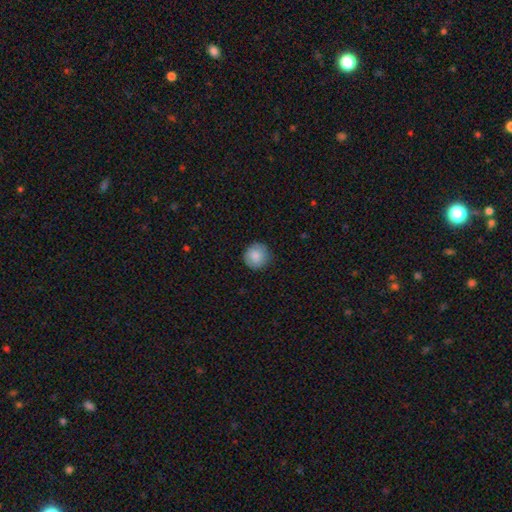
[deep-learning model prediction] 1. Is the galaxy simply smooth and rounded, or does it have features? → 85% smooth, 8% featured or disk, 7% star or artifact.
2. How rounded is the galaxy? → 93% round, 6% in between, 1% cigar-shaped.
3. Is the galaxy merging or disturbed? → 87% none, 10% minor disturbance, 2% major disturbance, 1% merger.